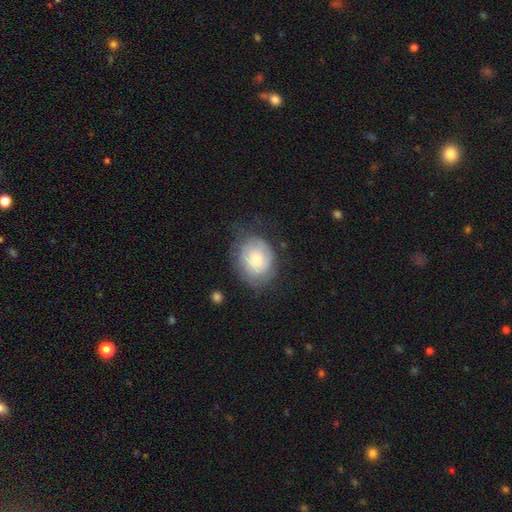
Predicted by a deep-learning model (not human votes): Smooth or featured? smooth (45%)
Merging? none (72%)